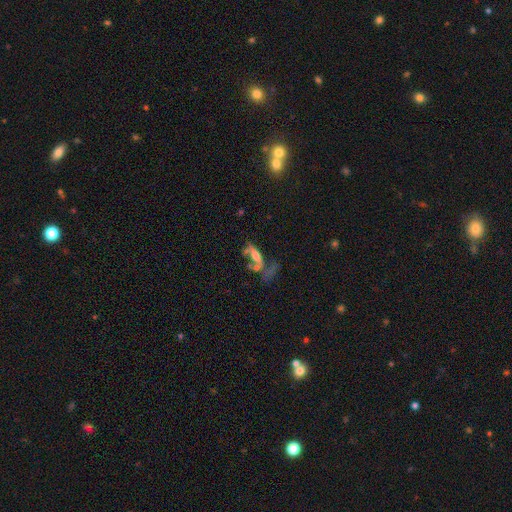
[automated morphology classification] Smooth or featured? Predicted: featured or disk (p=0.44). Merging? Predicted: merger (p=0.35).